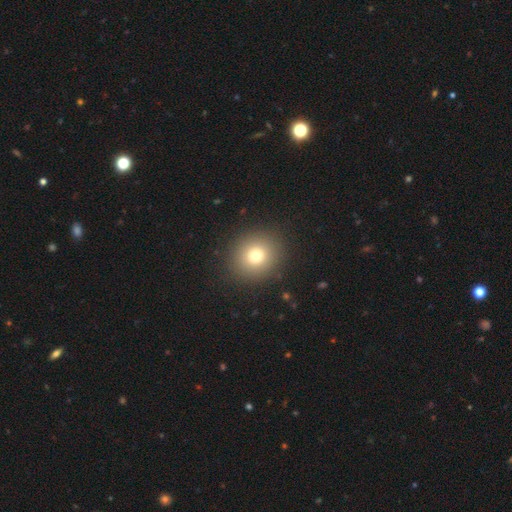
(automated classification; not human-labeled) This is likely a smooth galaxy (75%). How rounded: clearly round (87%). Merging: clearly none (90%).